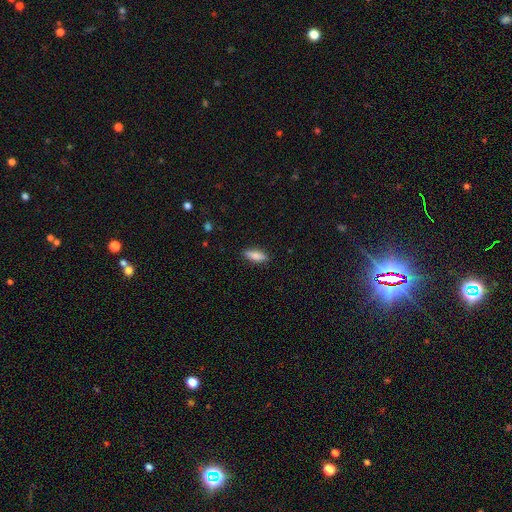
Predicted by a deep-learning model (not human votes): A smooth galaxy with no disk features (82%) that is in between round and cigar-shaped (59%). Merging: none (88%).